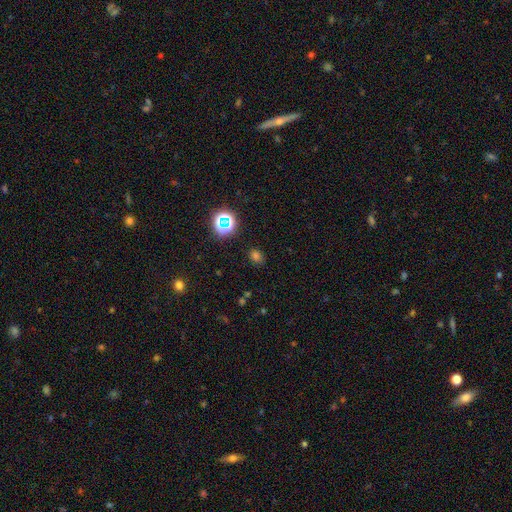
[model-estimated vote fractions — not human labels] smooth_or_featured: smooth (p=0.63) [alt: star or artifact p=0.31]
how_rounded: round (p=0.56) [alt: in between p=0.42]
merging: none (p=0.85) [alt: minor disturbance p=0.10]